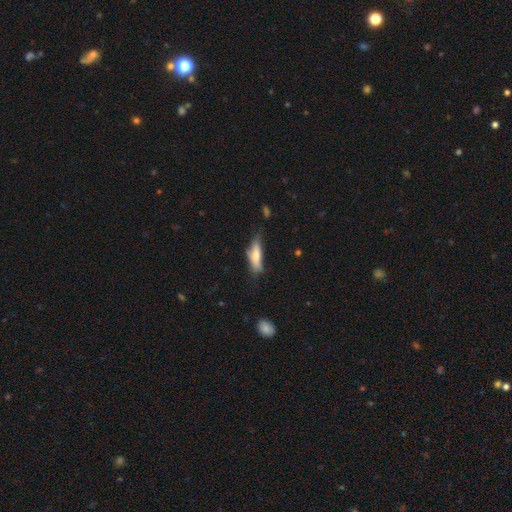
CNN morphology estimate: Smooth or featured? smooth (65%)
How rounded? cigar-shaped (61%)
Merging? none (56%)